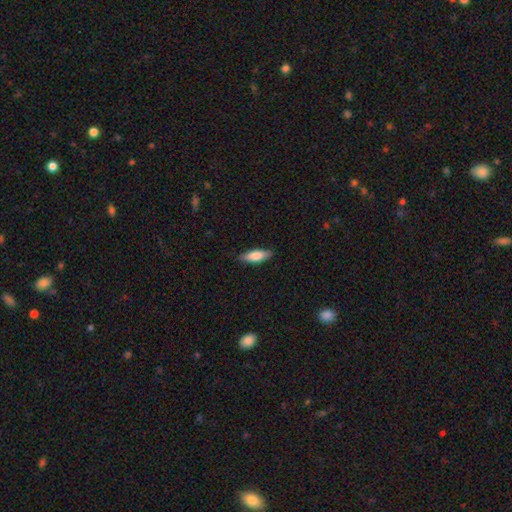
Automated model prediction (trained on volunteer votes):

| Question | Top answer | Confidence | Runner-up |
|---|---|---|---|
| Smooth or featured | smooth | 78% | featured or disk (17%) |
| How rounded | in between | 61% | cigar-shaped (37%) |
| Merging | none | 86% | minor disturbance (11%) |